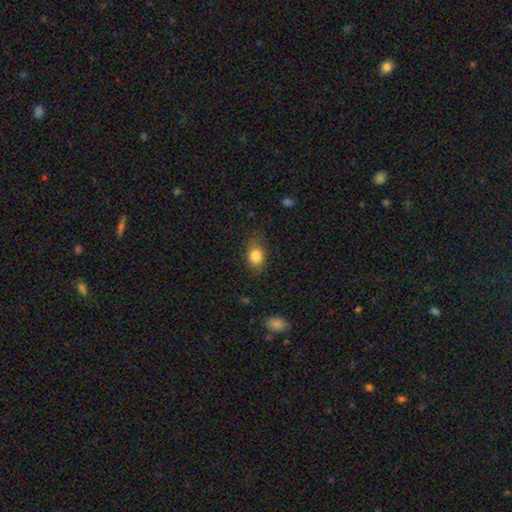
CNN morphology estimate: Smooth or featured?
  - smooth: 82% *
  - featured or disk: 10%
  - star or artifact: 9%
How rounded?
  - in between: 71% *
  - round: 27%
  - cigar-shaped: 2%
Merging?
  - none: 73% *
  - minor disturbance: 21%
  - major disturbance: 6%
  - merger: 1%